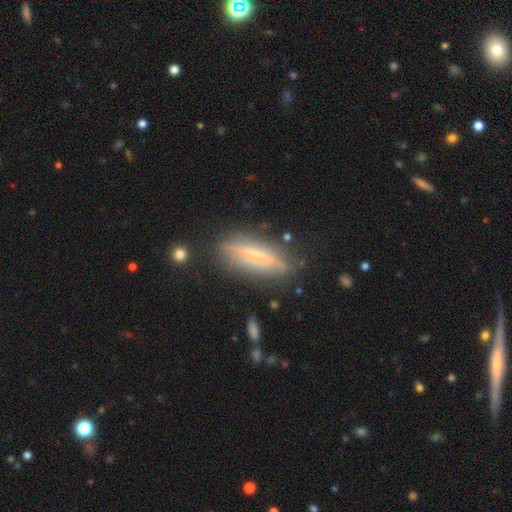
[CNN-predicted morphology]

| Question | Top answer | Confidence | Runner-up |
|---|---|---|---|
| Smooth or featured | featured or disk | 57% | smooth (36%) |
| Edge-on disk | yes | 78% | no (22%) |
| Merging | none | 73% | minor disturbance (18%) |